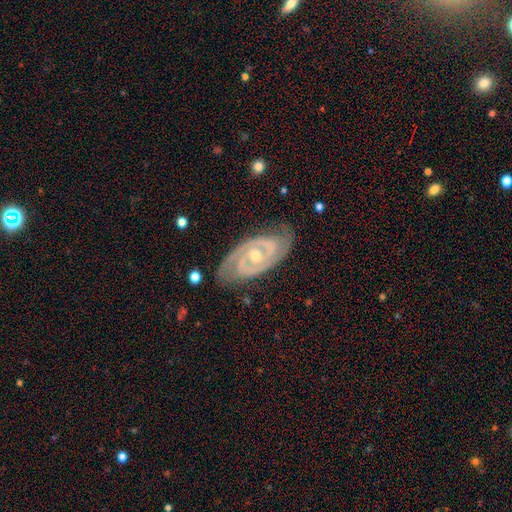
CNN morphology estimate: type=featured or disk (91%); edge-on=no (96%); bar=no (63%); spiral arms=yes (98%); winding=tight (69%); arm count=2 (87%); bulge=moderate (54%); merging=none (78%).